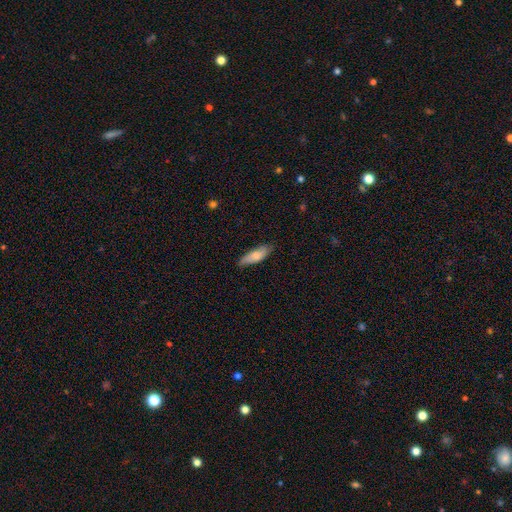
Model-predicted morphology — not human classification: Smooth or featured?
  - smooth: 73% *
  - featured or disk: 21%
  - star or artifact: 6%
How rounded?
  - in between: 57% *
  - cigar-shaped: 41%
  - round: 2%
Merging?
  - none: 76% *
  - minor disturbance: 20%
  - major disturbance: 3%
  - merger: 1%